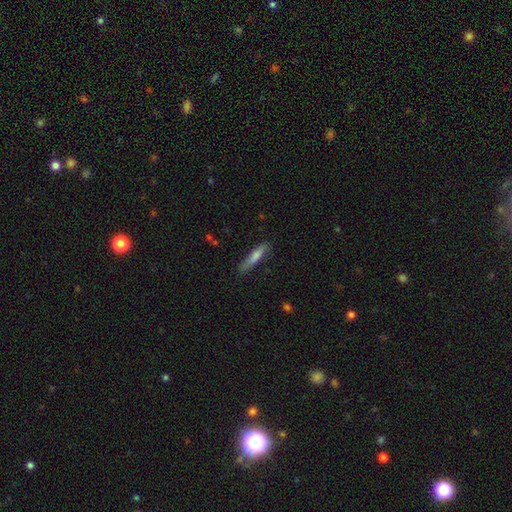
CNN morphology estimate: A smooth galaxy with no disk features (66%) that is cigar-shaped (89%).

Vote fractions:
- Smooth or featured? smooth: 66% / featured or disk: 27% / star or artifact: 7%
- How rounded? cigar-shaped: 89% / in between: 10% / round: 1%
- Merging? none: 76% / minor disturbance: 18% / major disturbance: 4% / merger: 2%